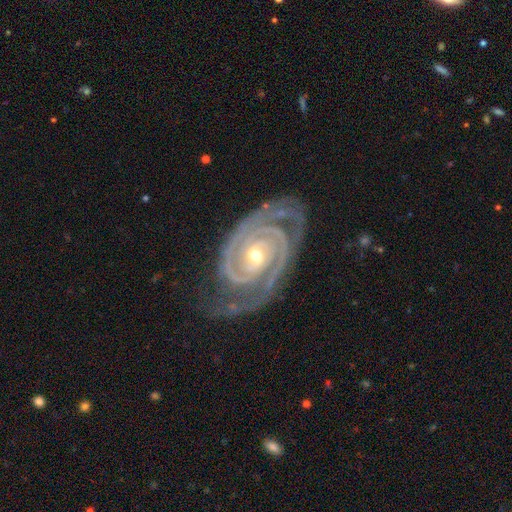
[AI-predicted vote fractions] Q: Smooth or featured?
A: featured or disk (94%); runner-up: star or artifact (4%)
Q: Edge-on disk?
A: no (97%); runner-up: yes (3%)
Q: Bar?
A: no (62%); runner-up: weak (23%)
Q: Spiral arms?
A: yes (99%); runner-up: no (1%)
Q: Spiral winding?
A: tight (80%); runner-up: medium (18%)
Q: Spiral arm count?
A: 2 (73%); runner-up: 3 (12%)
Q: Bulge size?
A: small (49%); runner-up: moderate (48%)
Q: Merging?
A: none (74%); runner-up: minor disturbance (17%)